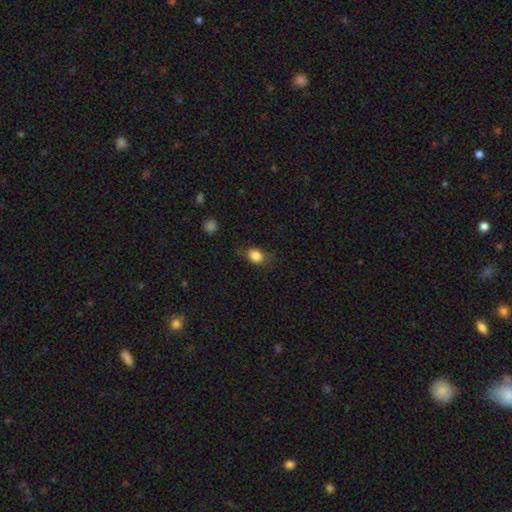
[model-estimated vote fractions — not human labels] Smooth or featured? smooth (83%)
How rounded? in between (74%)
Merging? none (70%)